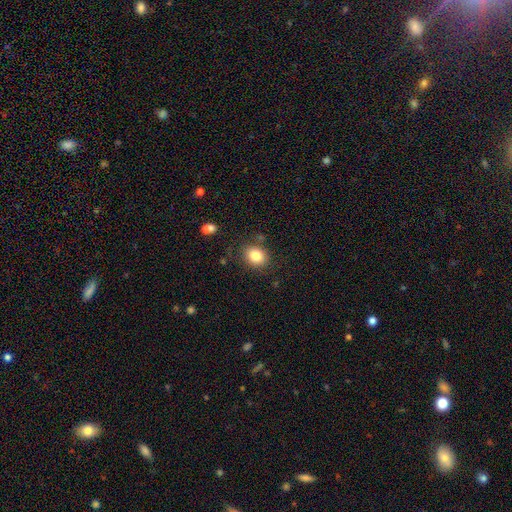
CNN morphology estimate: Smooth or featured?
  - smooth: 83% *
  - star or artifact: 10%
  - featured or disk: 7%
How rounded?
  - round: 56% *
  - in between: 44%
  - cigar-shaped: 1%
Merging?
  - none: 82% *
  - minor disturbance: 11%
  - major disturbance: 3%
  - merger: 3%